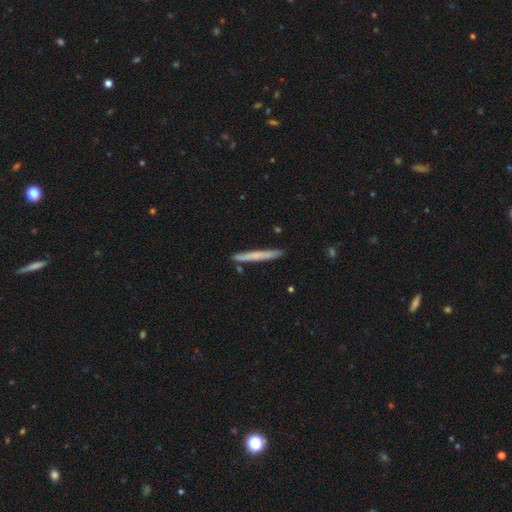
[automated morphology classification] Smooth or featured? Predicted: smooth (p=0.61). How rounded? Predicted: cigar-shaped (p=0.97). Merging? Predicted: none (p=0.87).